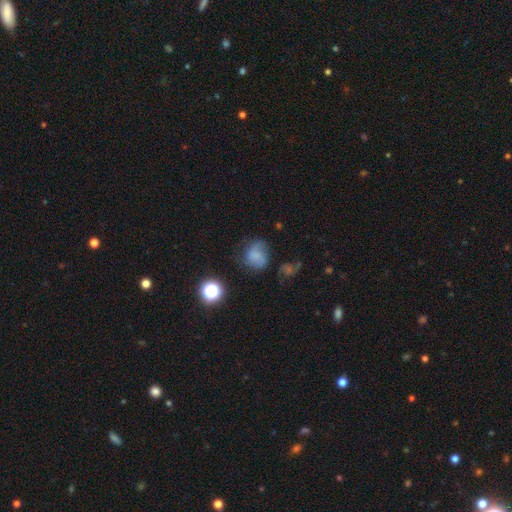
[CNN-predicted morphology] Overall: smooth (51%; featured or disk 32%). How rounded: round (68%; in between 31%). Merging: none (49%; minor disturbance 26%).